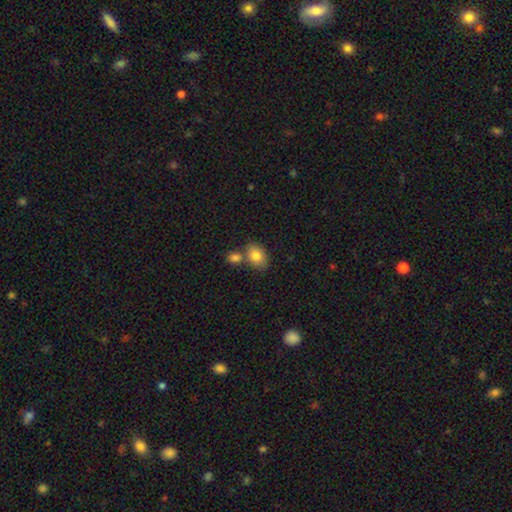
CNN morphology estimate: smooth 81%, featured or disk 10%, star or artifact 9%. Down the decision tree: how rounded — in between (71%); merging — none (56%).